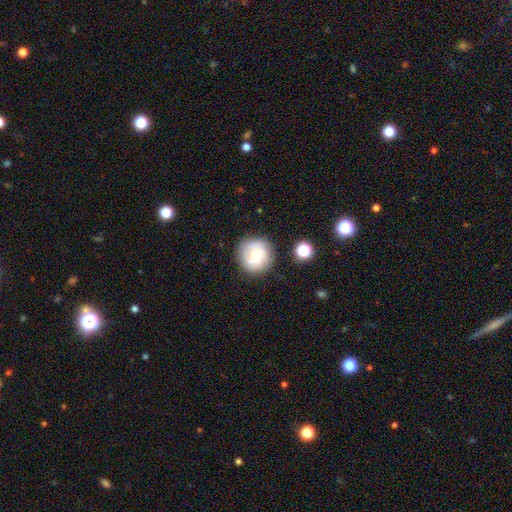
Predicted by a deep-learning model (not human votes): Q: Smooth or featured?
A: featured or disk (46%); runner-up: smooth (44%)
Q: Merging?
A: none (82%); runner-up: minor disturbance (11%)